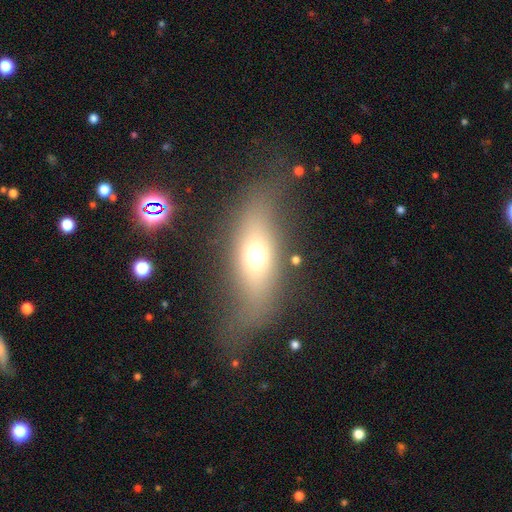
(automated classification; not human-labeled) Overall: smooth (53%; featured or disk 35%). How rounded: in between (59%; cigar-shaped 35%). Merging: none (60%; minor disturbance 22%).